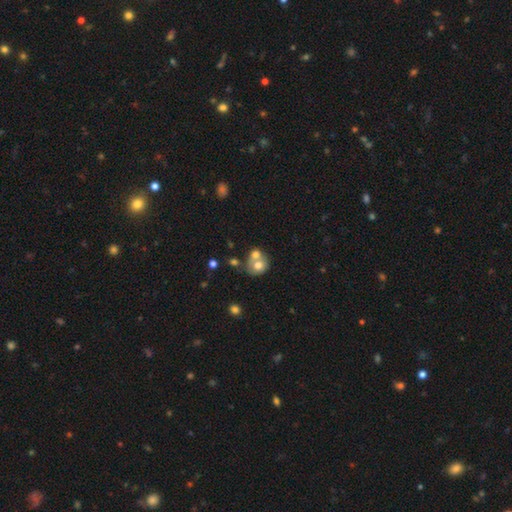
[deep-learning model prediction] Smooth or featured? smooth (64%)
How rounded? round (72%)
Merging? merger (60%)